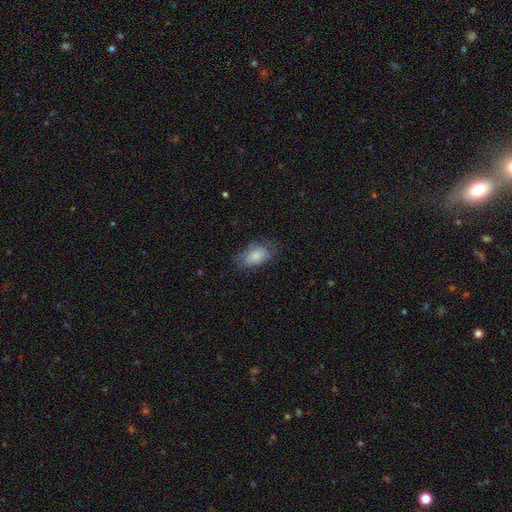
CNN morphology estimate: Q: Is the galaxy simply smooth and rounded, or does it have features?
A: smooth — 80%.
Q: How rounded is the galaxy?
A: in between — 92%.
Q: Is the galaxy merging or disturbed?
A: none — 62%.